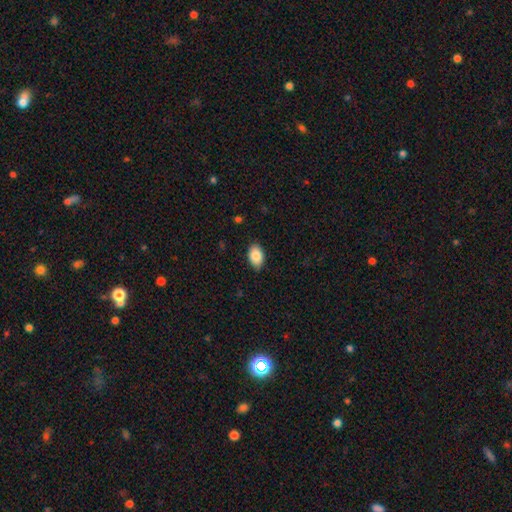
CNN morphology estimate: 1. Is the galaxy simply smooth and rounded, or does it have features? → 87% smooth, 7% star or artifact, 6% featured or disk.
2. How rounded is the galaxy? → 91% in between, 8% round, 1% cigar-shaped.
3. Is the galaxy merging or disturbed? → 85% none, 11% minor disturbance, 2% major disturbance, 1% merger.